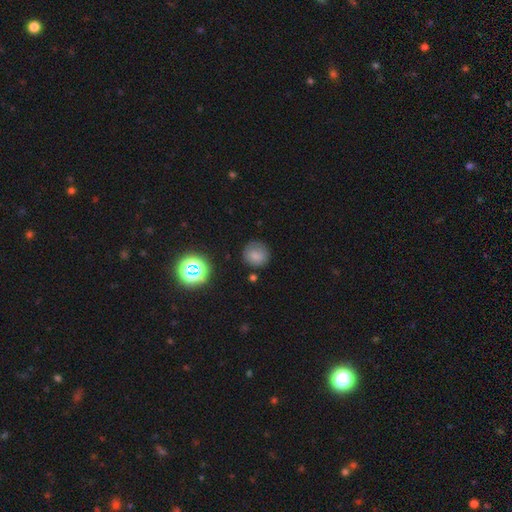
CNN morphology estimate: A smooth galaxy with no disk features (77%) that is round (89%). Merging: none (81%).